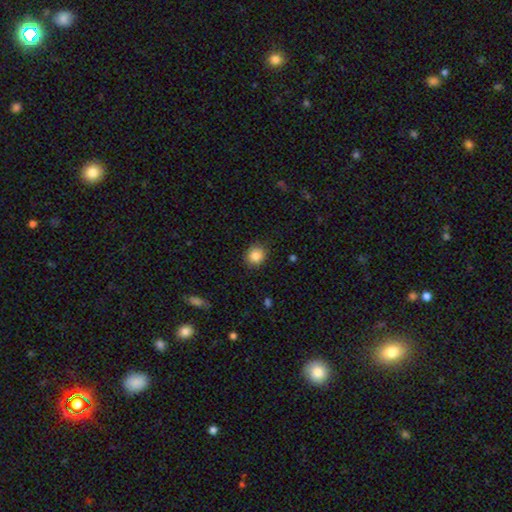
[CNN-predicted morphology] smooth-or-featured: smooth: 86% | star or artifact: 9% | featured or disk: 5%
  how-rounded: round: 82% | in between: 17% | cigar-shaped: 1%
  merging: none: 89% | minor disturbance: 8% | major disturbance: 2% | merger: 1%